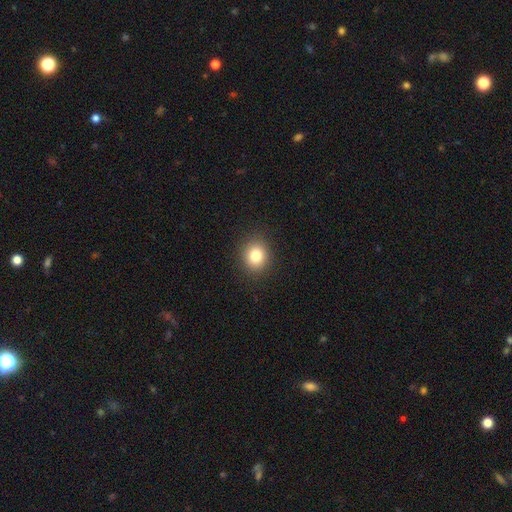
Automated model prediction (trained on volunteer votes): A smooth galaxy with no disk features (81%) that is round (79%).

Vote fractions:
- Smooth or featured? smooth: 81% / star or artifact: 11% / featured or disk: 8%
- How rounded? round: 79% / in between: 20% / cigar-shaped: 1%
- Merging? none: 90% / minor disturbance: 7% / major disturbance: 2% / merger: 1%